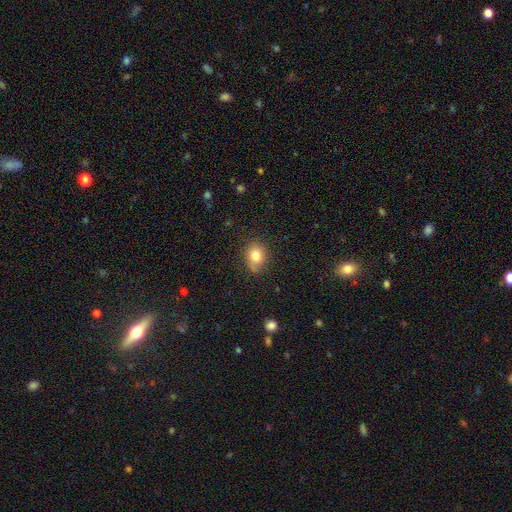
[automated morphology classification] smooth_or_featured: smooth (p=0.80) [alt: star or artifact p=0.10]
how_rounded: in between (p=0.52) [alt: round p=0.47]
merging: none (p=0.73) [alt: minor disturbance p=0.21]